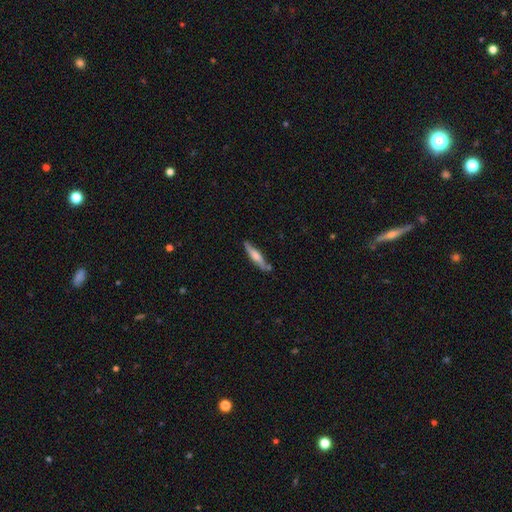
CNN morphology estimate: The model was most divided on "smooth or featured": smooth: 53%, featured or disk: 41%, star or artifact: 5%. More confident: how rounded — cigar-shaped (86%); merging — none (77%).